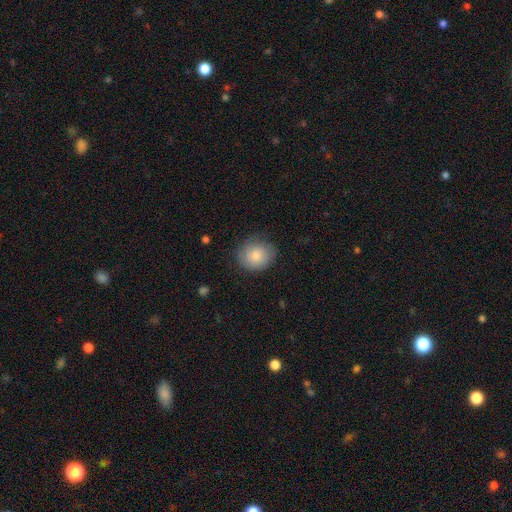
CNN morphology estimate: This is likely a smooth galaxy (78%). How rounded: likely round (77%). Merging: likely none (75%).